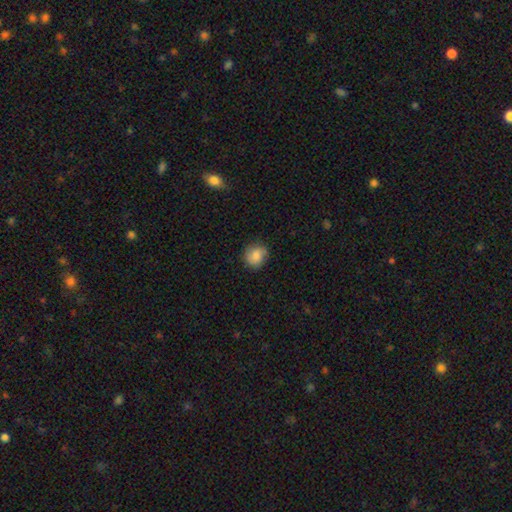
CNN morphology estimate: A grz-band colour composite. It shows a smooth galaxy with no disk features (79%) that is round (79%). Merging: none (80%).